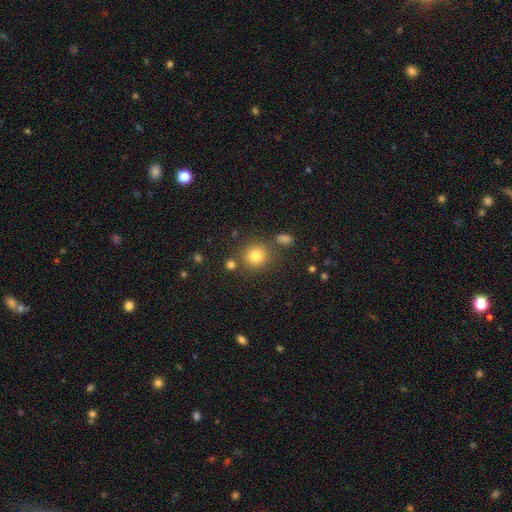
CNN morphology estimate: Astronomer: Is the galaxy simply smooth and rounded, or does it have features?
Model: smooth — 80%.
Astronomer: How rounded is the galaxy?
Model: round — 89%.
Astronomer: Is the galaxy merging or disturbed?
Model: none — 79%.